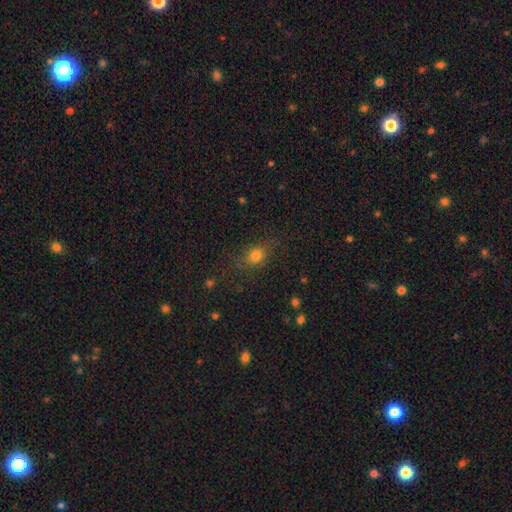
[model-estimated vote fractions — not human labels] Overall: smooth (75%). How rounded: in between (49%; round 48%). Merging: none (74%).